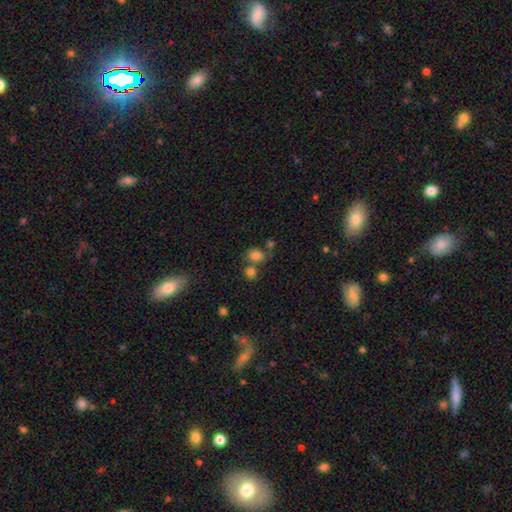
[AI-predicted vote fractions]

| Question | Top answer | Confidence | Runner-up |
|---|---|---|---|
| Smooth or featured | smooth | 79% | star or artifact (13%) |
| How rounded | round | 57% | in between (42%) |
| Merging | none | 55% | merger (27%) |